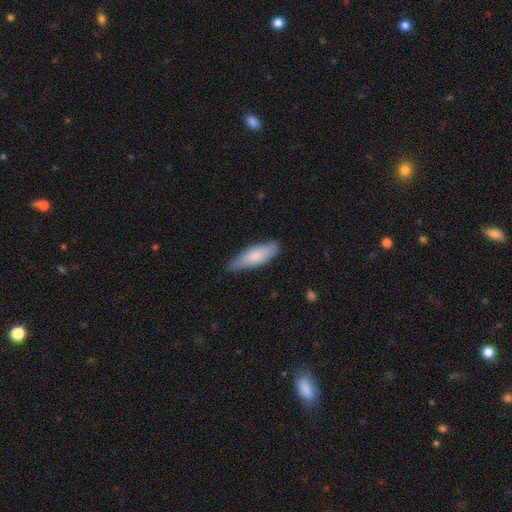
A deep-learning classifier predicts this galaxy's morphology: Smooth or featured?
  - smooth: 77% *
  - featured or disk: 17%
  - star or artifact: 5%
How rounded?
  - cigar-shaped: 50% *
  - in between: 48%
  - round: 2%
Merging?
  - none: 73% *
  - minor disturbance: 23%
  - major disturbance: 3%
  - merger: 1%